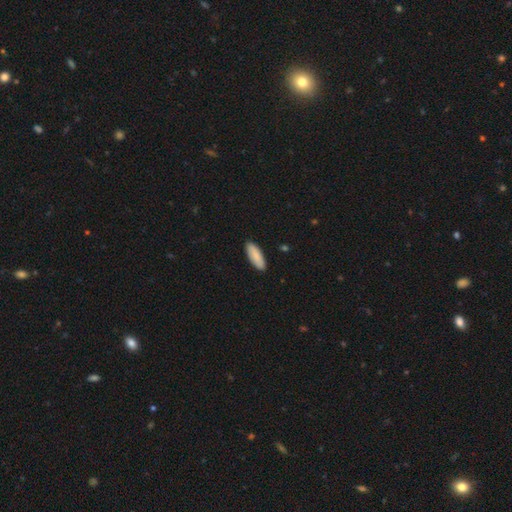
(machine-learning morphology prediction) smooth-or-featured: smooth: 88% | featured or disk: 7% | star or artifact: 5%
  how-rounded: in between: 67% | cigar-shaped: 32% | round: 1%
  merging: none: 89% | minor disturbance: 8% | major disturbance: 1% | merger: 1%